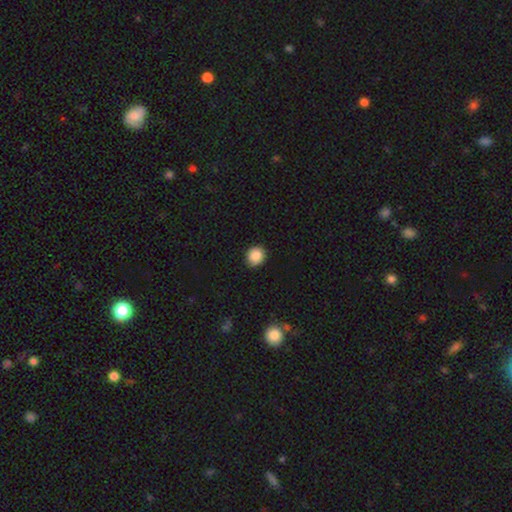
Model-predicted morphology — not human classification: Smooth or featured?
  - smooth: 88% *
  - star or artifact: 9%
  - featured or disk: 3%
How rounded?
  - round: 81% *
  - in between: 18%
  - cigar-shaped: 1%
Merging?
  - none: 86% *
  - minor disturbance: 11%
  - major disturbance: 2%
  - merger: 1%